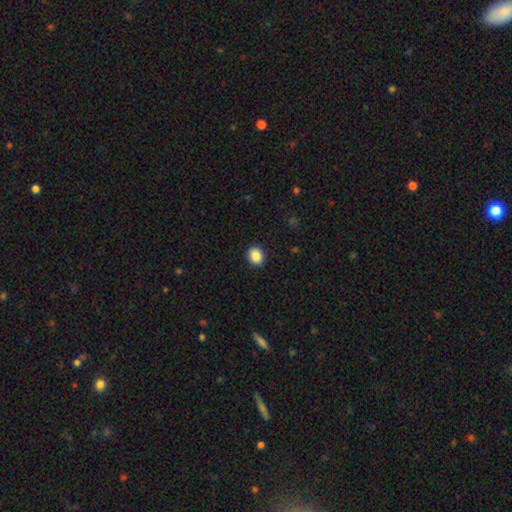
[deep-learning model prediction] Smooth or featured?
  - smooth: 88% *
  - star or artifact: 8%
  - featured or disk: 4%
How rounded?
  - round: 51% *
  - in between: 48%
  - cigar-shaped: 1%
Merging?
  - none: 91% *
  - minor disturbance: 6%
  - major disturbance: 2%
  - merger: 1%